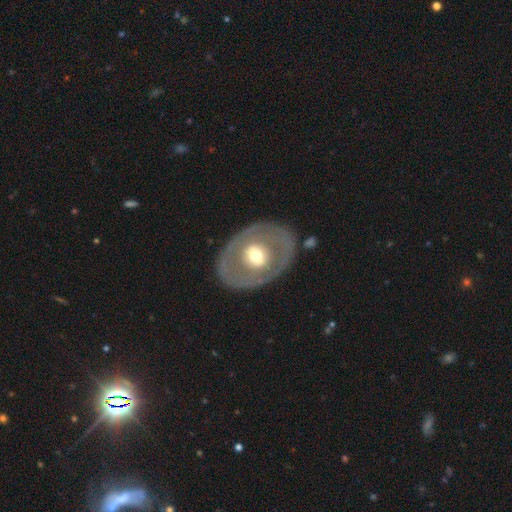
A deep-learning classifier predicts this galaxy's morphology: A featured or disk galaxy (61%) with no bar (69%), no spiral arms (87%) and a moderate central bulge (67%).

Vote fractions:
- Smooth or featured? featured or disk: 61% / smooth: 34% / star or artifact: 5%
- Edge-on disk? no: 92% / yes: 8%
- Bar? no: 69% / weak: 20% / strong: 10%
- Spiral arms? no: 87% / yes: 13%
- Bulge size? moderate: 67% / large: 17% / small: 14% / dominant: 2% / none: 1%
- Merging? none: 81% / minor disturbance: 11% / major disturbance: 6% / merger: 2%